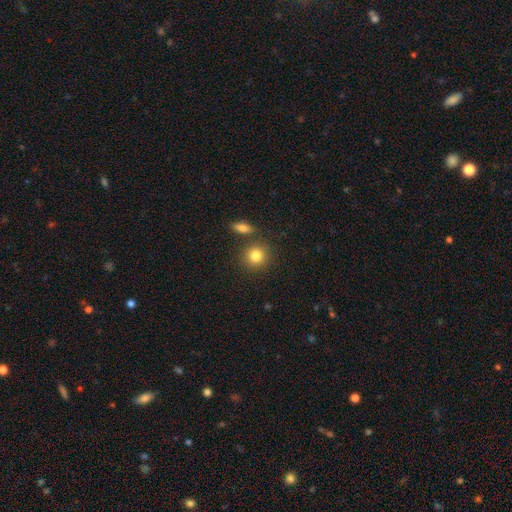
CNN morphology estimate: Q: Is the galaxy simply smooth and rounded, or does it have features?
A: smooth — 83%.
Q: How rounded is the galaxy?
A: round — 87%.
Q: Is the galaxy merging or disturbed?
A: none — 80%.